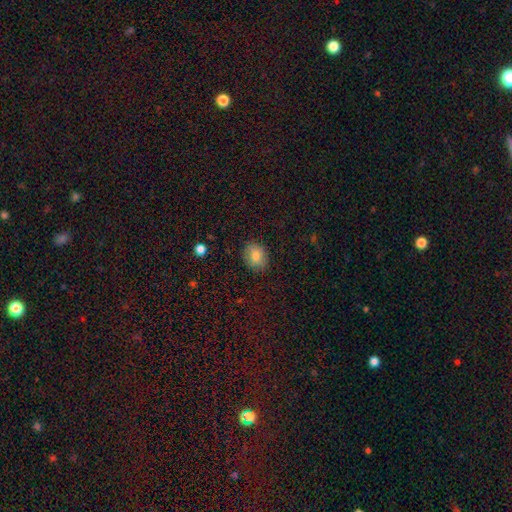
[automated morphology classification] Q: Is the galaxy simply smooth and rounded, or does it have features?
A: smooth — 80%.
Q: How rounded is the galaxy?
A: round — 56%.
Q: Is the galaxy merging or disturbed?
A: none — 87%.